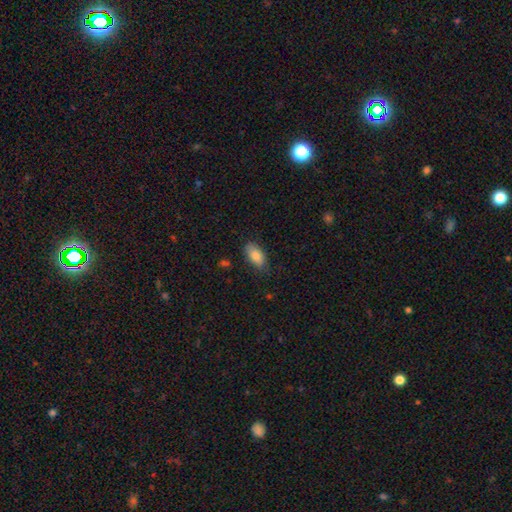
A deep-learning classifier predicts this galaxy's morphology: This appears to be a smooth galaxy with no disk features (85%) that is in between round and cigar-shaped (91%). Merging: none (80%).